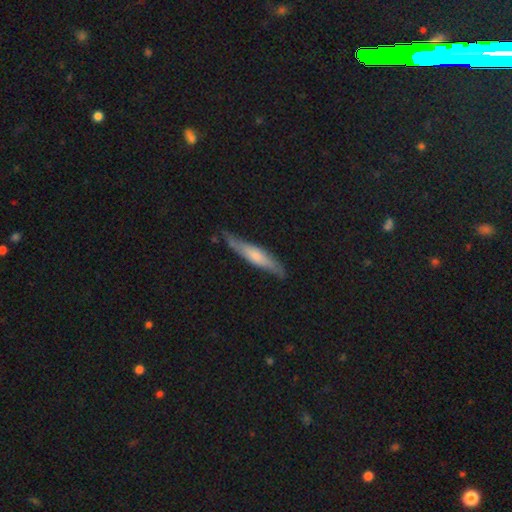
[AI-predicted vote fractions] Smooth or featured: smooth — 50% (featured or disk — 45%)
Merging: none — 75% (minor disturbance — 20%)